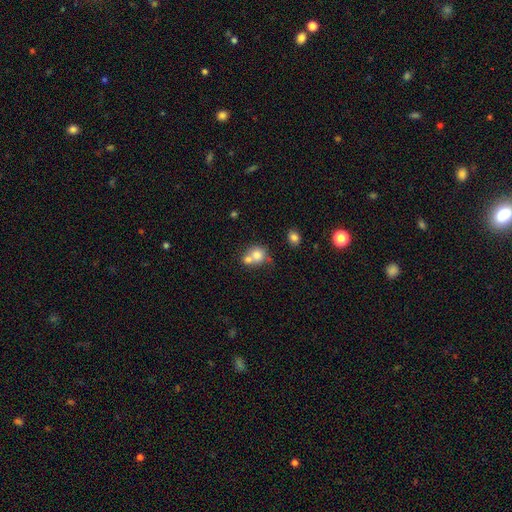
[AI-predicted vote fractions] smooth-or-featured: smooth: 74% | featured or disk: 16% | star or artifact: 10%
  how-rounded: round: 76% | in between: 23% | cigar-shaped: 1%
  merging: merger: 58% | none: 31% | minor disturbance: 7% | major disturbance: 3%